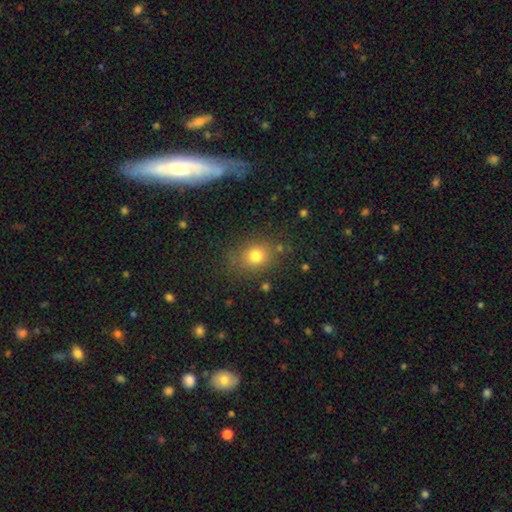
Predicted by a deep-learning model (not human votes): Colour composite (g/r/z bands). It shows a smooth galaxy with no disk features (77%) that is round (60%). Merging: none (80%).